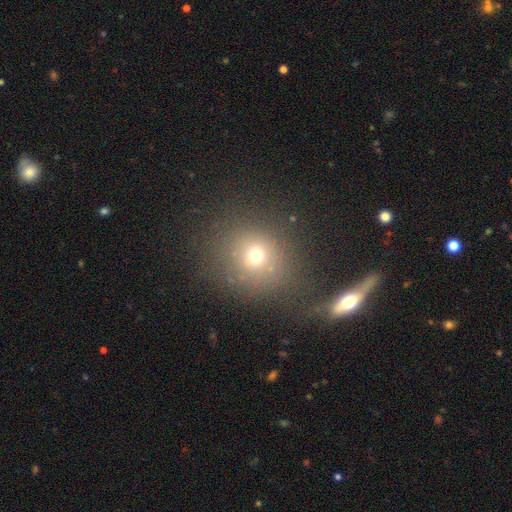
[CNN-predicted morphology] Smooth or featured? Predicted: smooth (p=0.67). How rounded? Predicted: round (p=0.86). Merging? Predicted: none (p=0.78).